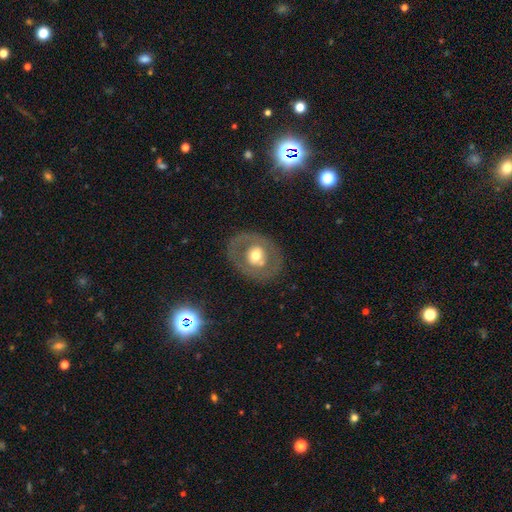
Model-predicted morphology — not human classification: Smooth or featured?
  - featured or disk: 51% *
  - smooth: 43%
  - star or artifact: 7%
Edge-on disk?
  - no: 94% *
  - yes: 6%
Merging?
  - none: 76% *
  - minor disturbance: 13%
  - major disturbance: 8%
  - merger: 3%